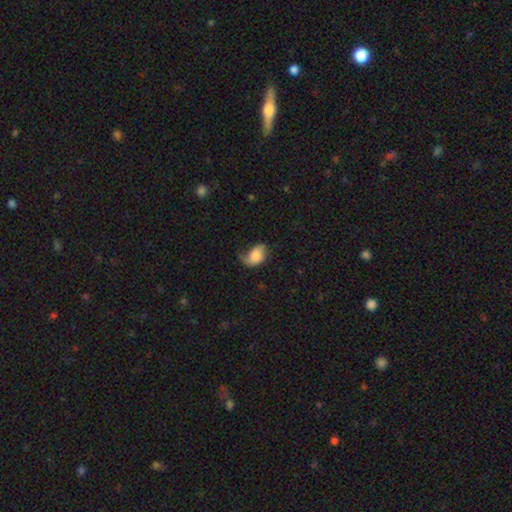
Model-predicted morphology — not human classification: The model was most divided on "merging": minor disturbance: 34%, none: 33%, major disturbance: 31%, merger: 3%. More confident: how rounded — in between (81%); smooth or featured — smooth (66%).